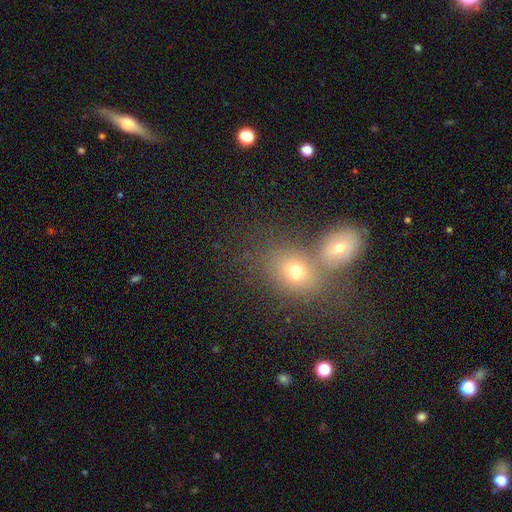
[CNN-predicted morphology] smooth_or_featured: smooth (p=0.54) [alt: star or artifact p=0.25]
how_rounded: round (p=0.50) [alt: in between p=0.47]
merging: none (p=0.44) [alt: merger p=0.43]